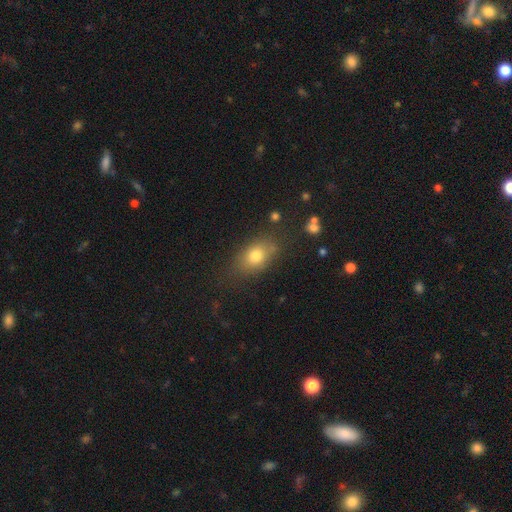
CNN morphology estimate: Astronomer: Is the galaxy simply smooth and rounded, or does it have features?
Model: smooth — 77%.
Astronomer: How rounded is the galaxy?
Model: in between — 76%.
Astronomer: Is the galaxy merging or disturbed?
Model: none — 72%.